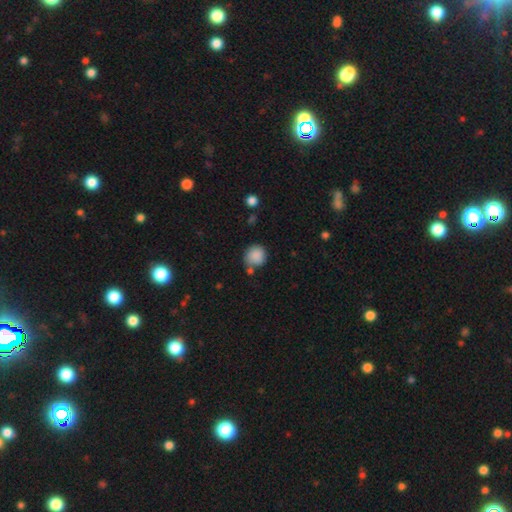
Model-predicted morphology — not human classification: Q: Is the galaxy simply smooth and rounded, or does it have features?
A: smooth — 87%.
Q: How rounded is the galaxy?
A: round — 87%.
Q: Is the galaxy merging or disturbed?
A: none — 66%.